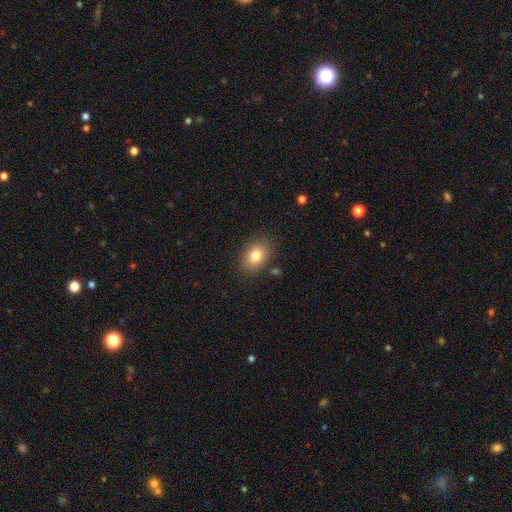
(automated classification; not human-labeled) smooth 81%, featured or disk 10%, star or artifact 9%. Down the decision tree: how rounded — in between (79%); merging — none (83%).